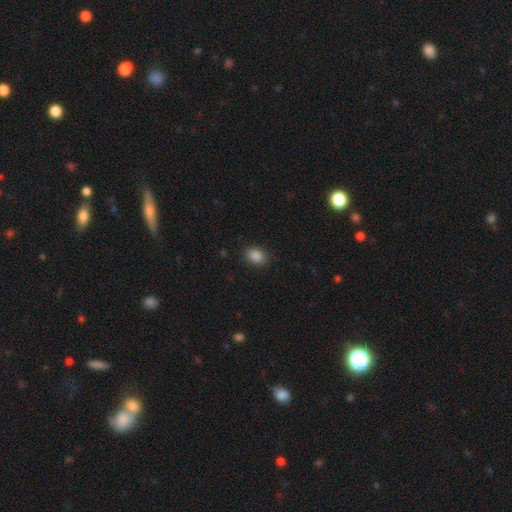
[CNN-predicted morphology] smooth 87%, star or artifact 9%, featured or disk 3%. Down the decision tree: how rounded — in between (75%); merging — none (88%).